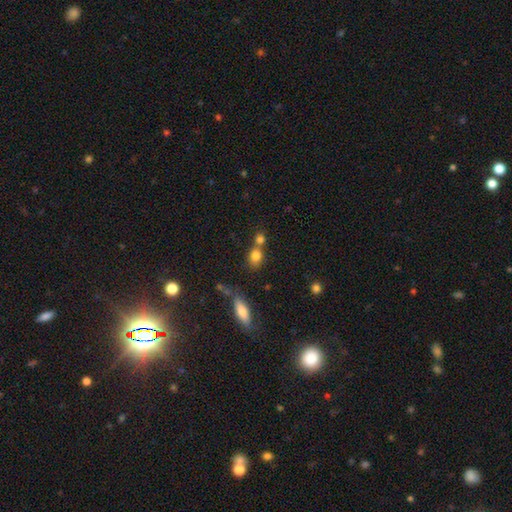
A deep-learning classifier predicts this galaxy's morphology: type=smooth (79%); roundness=round (49%, tied with in between); merging=none (45%).